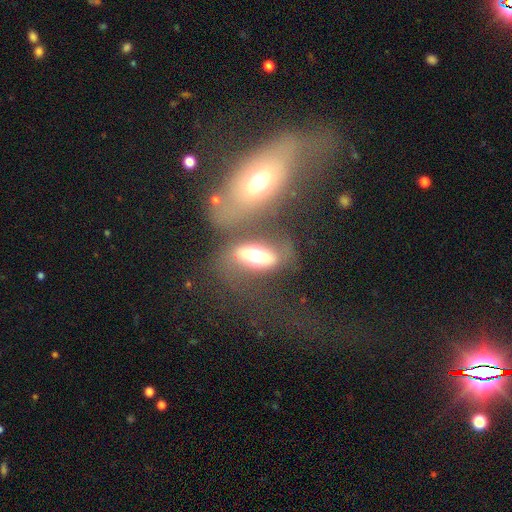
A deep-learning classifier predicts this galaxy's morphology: This is possibly a smooth galaxy (51%). How rounded: likely in between (75%). Merging: possibly none (51%).